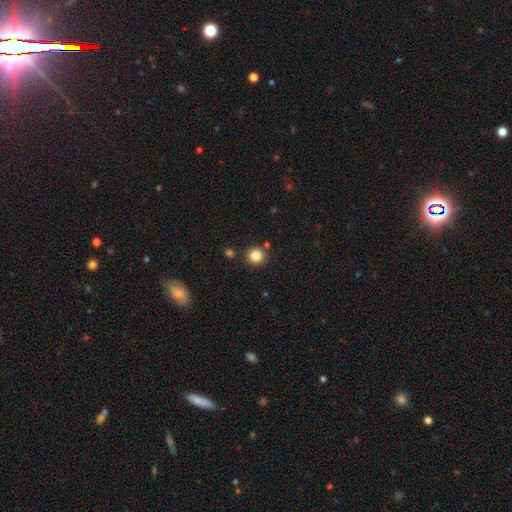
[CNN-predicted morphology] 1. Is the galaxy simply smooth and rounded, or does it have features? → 84% smooth, 11% star or artifact, 5% featured or disk.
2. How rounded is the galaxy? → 92% round, 7% in between, 1% cigar-shaped.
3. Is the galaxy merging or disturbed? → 87% none, 6% minor disturbance, 4% merger, 2% major disturbance.